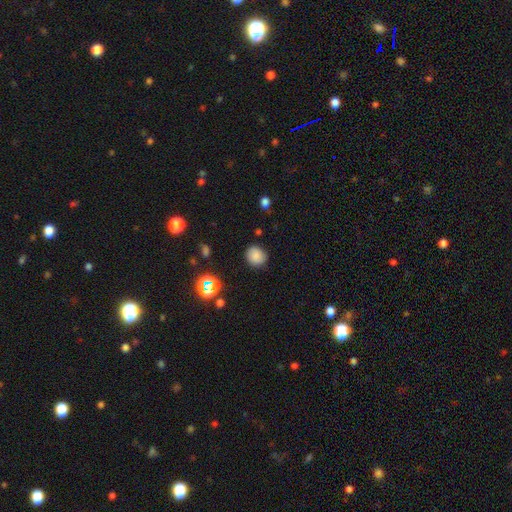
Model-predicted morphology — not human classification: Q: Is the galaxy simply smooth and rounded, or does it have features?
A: smooth — 82%.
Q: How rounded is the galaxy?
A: round — 81%.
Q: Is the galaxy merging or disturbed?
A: none — 85%.